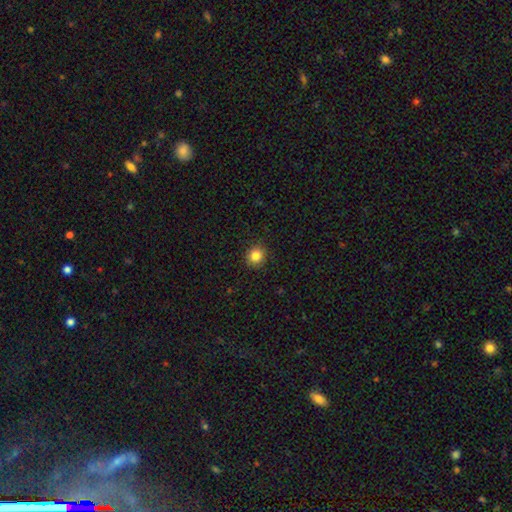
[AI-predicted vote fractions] The model was most divided on "smooth or featured": smooth: 84%, star or artifact: 11%, featured or disk: 5%. More confident: merging — none (91%); how rounded — round (88%).